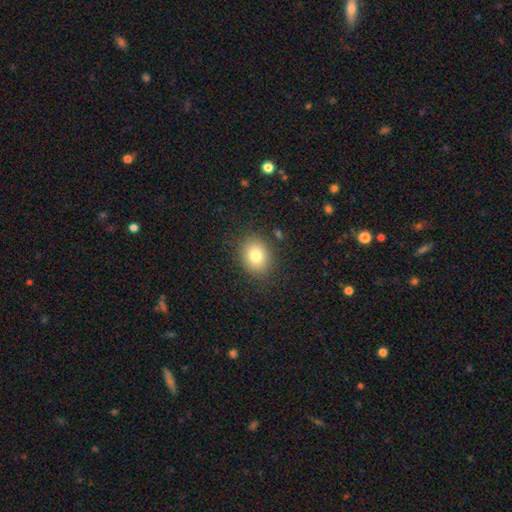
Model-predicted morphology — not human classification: A smooth galaxy with no disk features (79%) that is round (54%). Merging: none (86%).